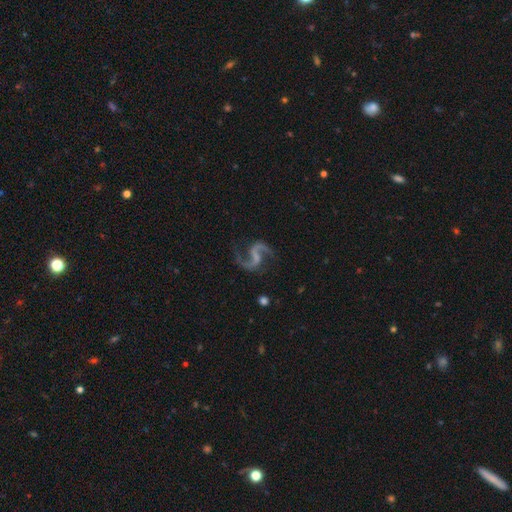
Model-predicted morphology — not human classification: Overall: featured or disk (92%). Edge-on disk: no (98%). Bar: weak (45%; no 31%). Spiral arms: yes (98%). Spiral arm count: 2 (94%). Spiral winding: loose (60%; medium 35%). Bulge size: none (59%; small 27%). Merging: none (78%).